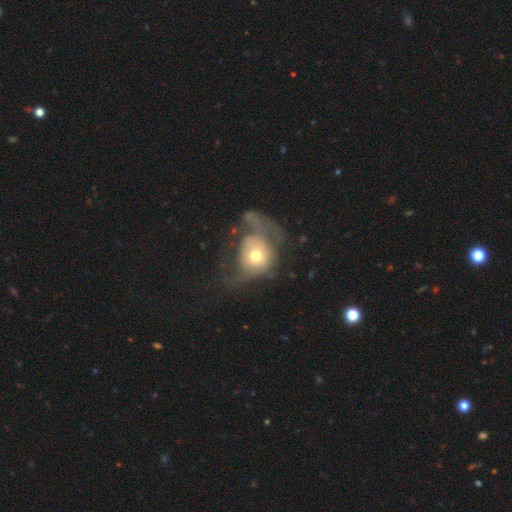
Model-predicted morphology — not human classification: Overall: smooth (53%; featured or disk 38%). How rounded: round (68%; in between 31%). Merging: major disturbance (60%).